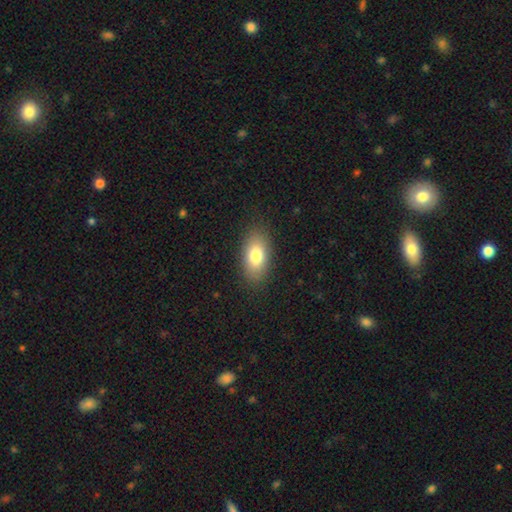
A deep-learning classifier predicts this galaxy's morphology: A smooth galaxy with no disk features (79%) that is in between round and cigar-shaped (91%).

Vote fractions:
- Smooth or featured? smooth: 79% / featured or disk: 13% / star or artifact: 8%
- How rounded? in between: 91% / round: 5% / cigar-shaped: 4%
- Merging? none: 86% / minor disturbance: 10% / major disturbance: 3% / merger: 1%